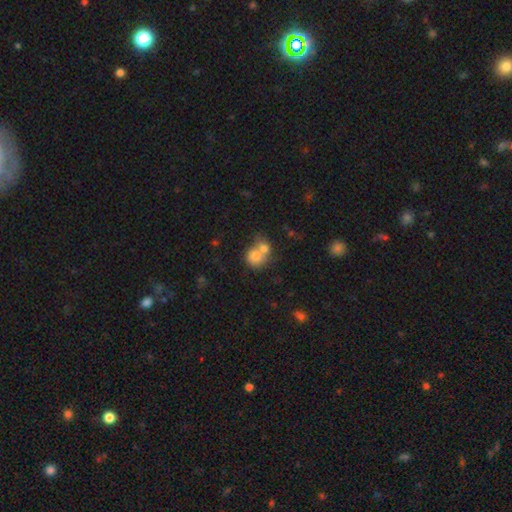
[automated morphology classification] A smooth galaxy with no disk features (74%) that is round (72%). Merging: merger (65%).